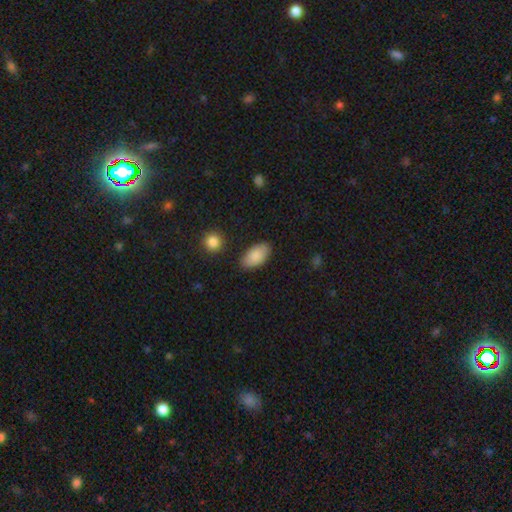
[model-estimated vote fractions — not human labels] smooth-or-featured: smooth: 87% | featured or disk: 7% | star or artifact: 6%
  how-rounded: in between: 94% | round: 3% | cigar-shaped: 3%
  merging: none: 83% | minor disturbance: 12% | major disturbance: 3% | merger: 3%